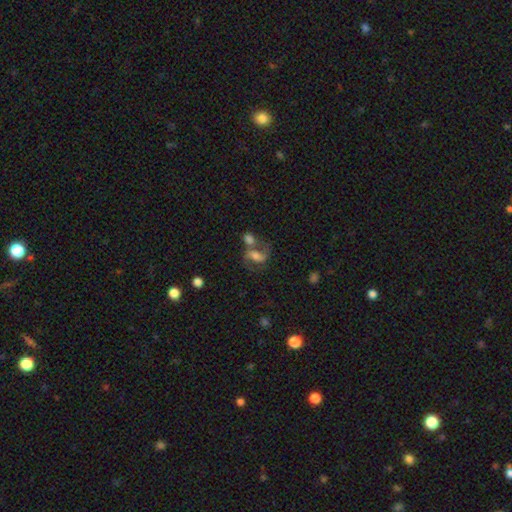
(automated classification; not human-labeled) Smooth or featured? Predicted: featured or disk (p=0.63). Edge-on disk? Predicted: no (p=0.96). Bar? Predicted: weak (p=0.40). Spiral arms? Predicted: yes (p=0.88). Spiral winding? Predicted: medium (p=0.46). Spiral arm count? Predicted: 2 (p=0.88). Bulge size? Predicted: moderate (p=0.52). Merging? Predicted: merger (p=0.40).